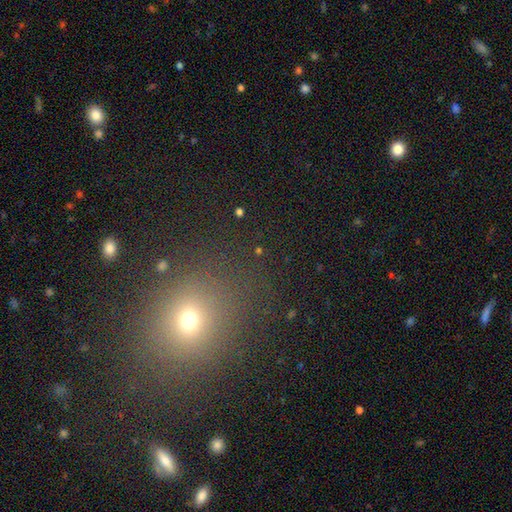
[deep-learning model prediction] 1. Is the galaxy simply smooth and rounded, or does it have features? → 53% smooth, 38% star or artifact, 8% featured or disk.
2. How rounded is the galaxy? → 70% round, 28% in between, 2% cigar-shaped.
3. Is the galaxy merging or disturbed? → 87% none, 7% minor disturbance, 4% major disturbance, 2% merger.